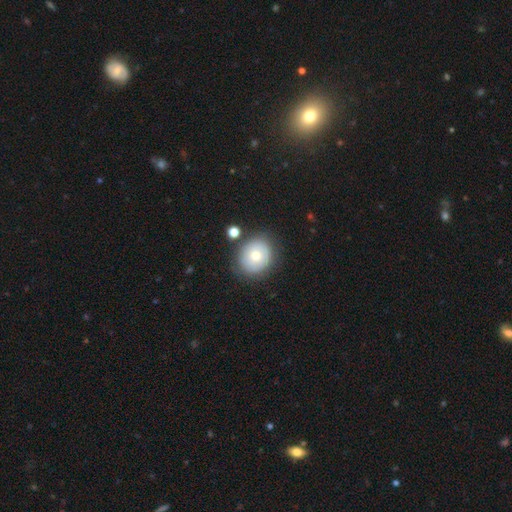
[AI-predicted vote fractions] Smooth or featured: smooth — 68% (featured or disk — 21%)
How rounded: round — 78% (in between — 21%)
Merging: none — 79% (minor disturbance — 12%)